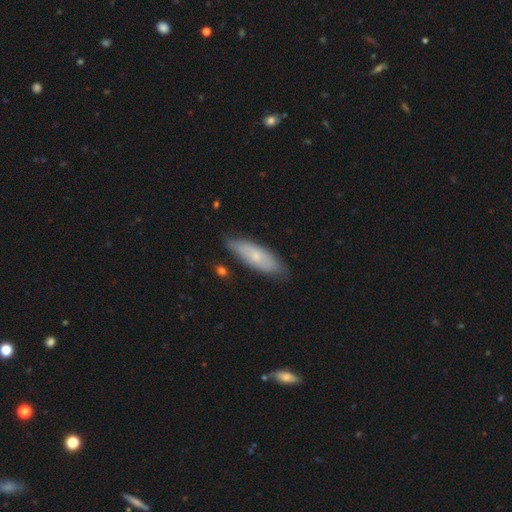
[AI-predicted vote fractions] This appears to be a smooth galaxy with no disk features (67%) that is in between round and cigar-shaped (58%). Merging: none (76%).